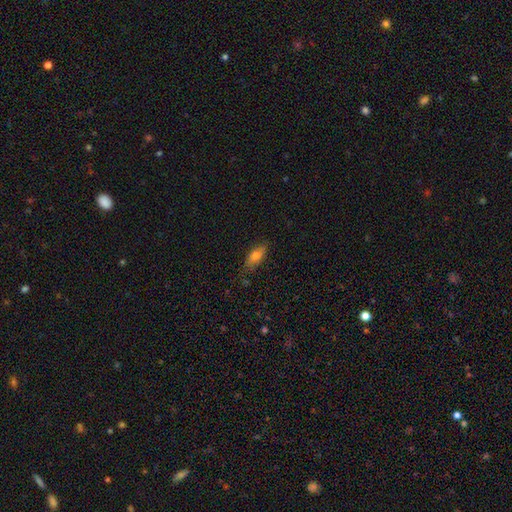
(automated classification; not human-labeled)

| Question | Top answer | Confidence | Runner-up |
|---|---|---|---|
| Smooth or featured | smooth | 72% | featured or disk (20%) |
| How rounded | in between | 75% | cigar-shaped (22%) |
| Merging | none | 76% | minor disturbance (19%) |